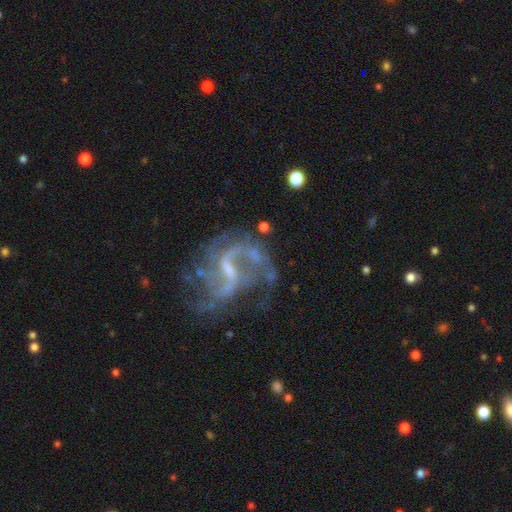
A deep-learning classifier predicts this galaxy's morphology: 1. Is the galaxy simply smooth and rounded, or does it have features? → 88% featured or disk, 8% star or artifact, 5% smooth.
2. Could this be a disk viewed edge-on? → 98% no, 2% yes.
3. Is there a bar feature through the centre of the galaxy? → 52% weak, 34% strong, 15% no.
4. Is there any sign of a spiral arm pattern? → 93% yes, 7% no.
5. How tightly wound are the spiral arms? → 58% loose, 34% medium, 7% tight.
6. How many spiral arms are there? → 72% 2, 9% can't tell, 7% 3, 5% 1, 3% 4, 3% more than 4.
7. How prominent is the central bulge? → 51% small, 28% none, 18% moderate, 2% large, 1% dominant.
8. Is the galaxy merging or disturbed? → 49% none, 27% major disturbance, 18% minor disturbance, 6% merger.